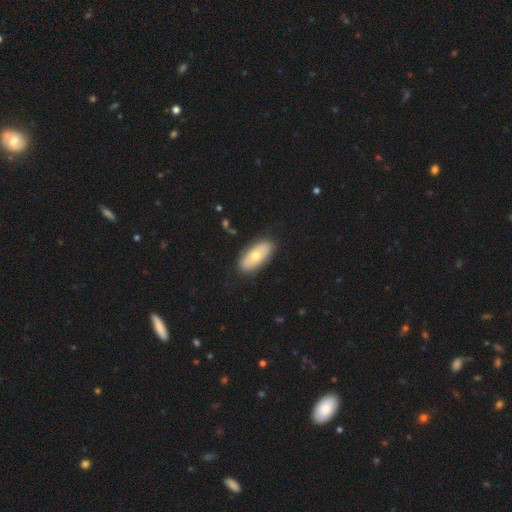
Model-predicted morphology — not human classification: Smooth or featured? Predicted: smooth (p=0.63). How rounded? Predicted: in between (p=0.87). Merging? Predicted: none (p=0.86).